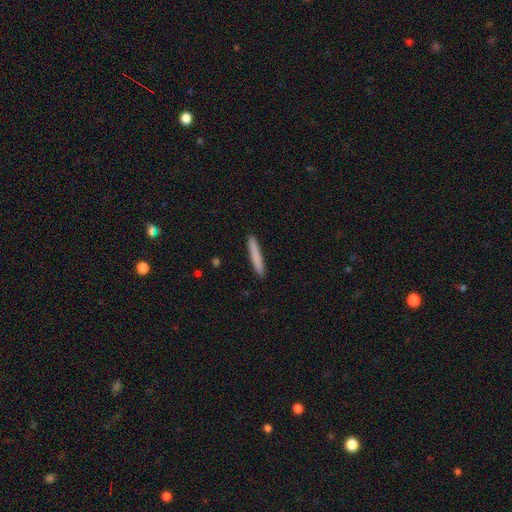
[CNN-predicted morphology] This is clearly a smooth galaxy (81%). How rounded: clearly cigar-shaped (96%). Merging: clearly none (92%).